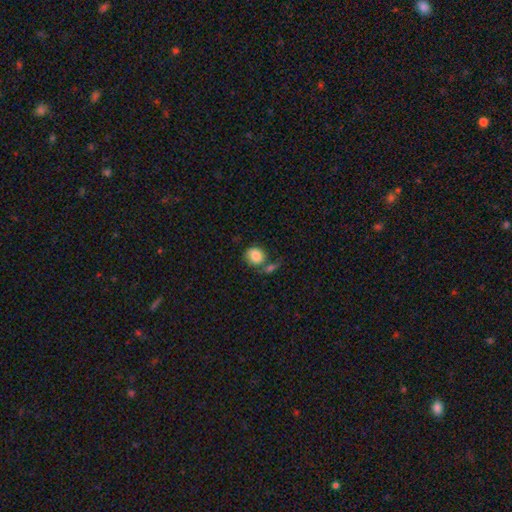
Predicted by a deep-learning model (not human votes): Smooth or featured? Predicted: smooth (p=0.85). How rounded? Predicted: round (p=0.71). Merging? Predicted: none (p=0.46).